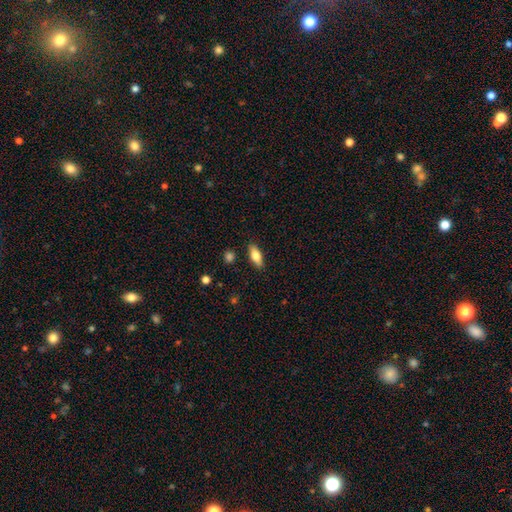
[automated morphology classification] Q: Smooth or featured?
A: smooth (73%); runner-up: featured or disk (20%)
Q: How rounded?
A: in between (75%); runner-up: cigar-shaped (22%)
Q: Merging?
A: none (86%); runner-up: minor disturbance (10%)